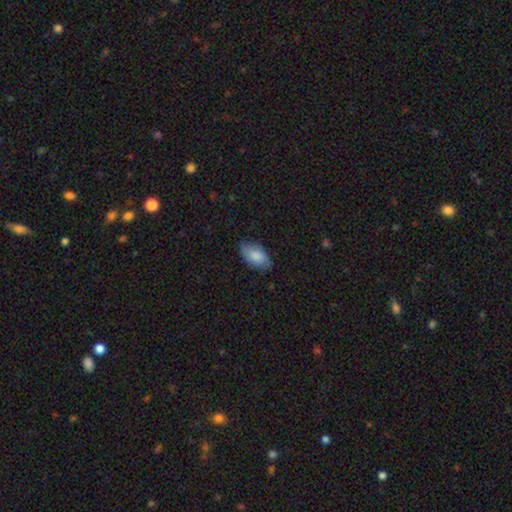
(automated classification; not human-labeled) The model was most divided on "merging": none: 71%, minor disturbance: 23%, major disturbance: 4%, merger: 1%. More confident: how rounded — in between (94%); smooth or featured — smooth (81%).